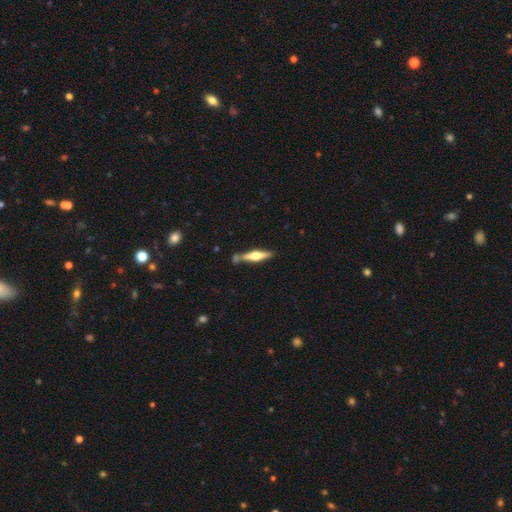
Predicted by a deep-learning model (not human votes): Smooth or featured? featured or disk (60%)
Edge-on disk? yes (95%)
Edge-on bulge? rounded (91%)
Merging? none (74%)